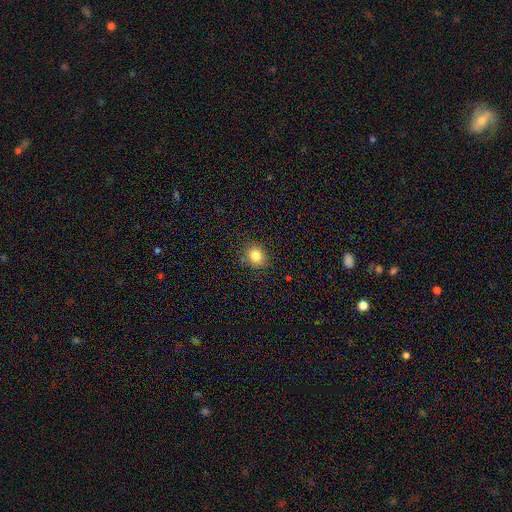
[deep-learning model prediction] Smooth or featured: smooth — 82% (star or artifact — 12%)
How rounded: round — 75% (in between — 24%)
Merging: none — 86% (minor disturbance — 10%)